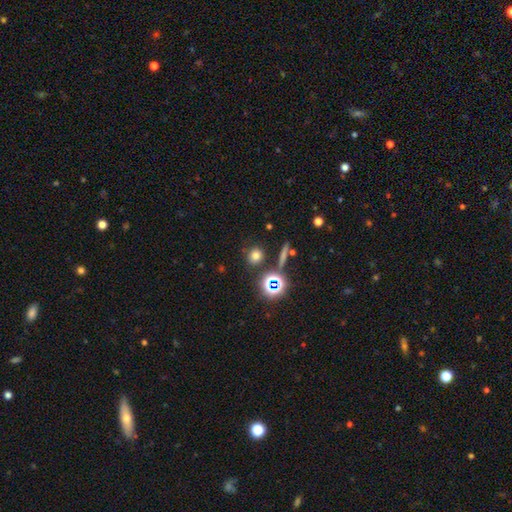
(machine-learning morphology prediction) A smooth galaxy with no disk features (70%) that is round (83%).

Vote fractions:
- Smooth or featured? smooth: 70% / star or artifact: 22% / featured or disk: 8%
- How rounded? round: 83% / in between: 14% / cigar-shaped: 2%
- Merging? none: 83% / minor disturbance: 8% / merger: 6% / major disturbance: 3%